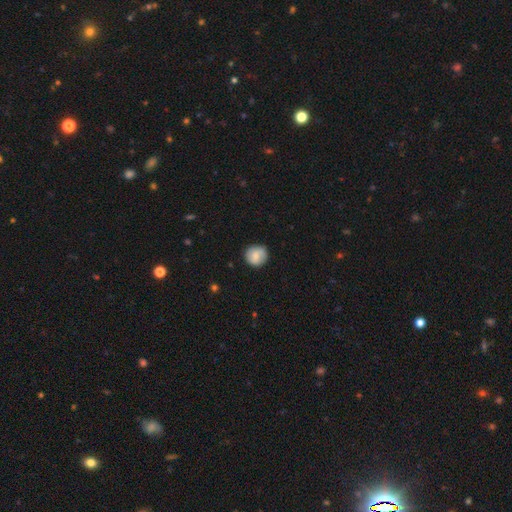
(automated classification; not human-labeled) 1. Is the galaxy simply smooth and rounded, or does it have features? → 77% smooth, 16% featured or disk, 7% star or artifact.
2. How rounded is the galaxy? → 90% round, 9% in between, 1% cigar-shaped.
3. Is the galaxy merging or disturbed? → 83% none, 13% minor disturbance, 3% major disturbance, 1% merger.